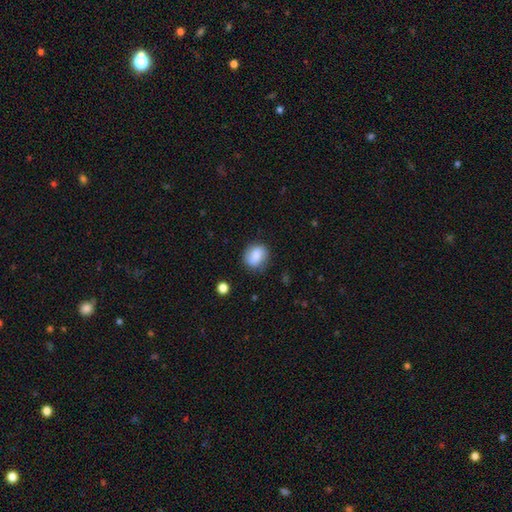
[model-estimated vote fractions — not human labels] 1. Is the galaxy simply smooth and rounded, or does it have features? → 79% smooth, 13% featured or disk, 8% star or artifact.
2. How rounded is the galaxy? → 64% round, 35% in between, 1% cigar-shaped.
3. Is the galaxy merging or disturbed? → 76% none, 17% minor disturbance, 5% major disturbance, 2% merger.